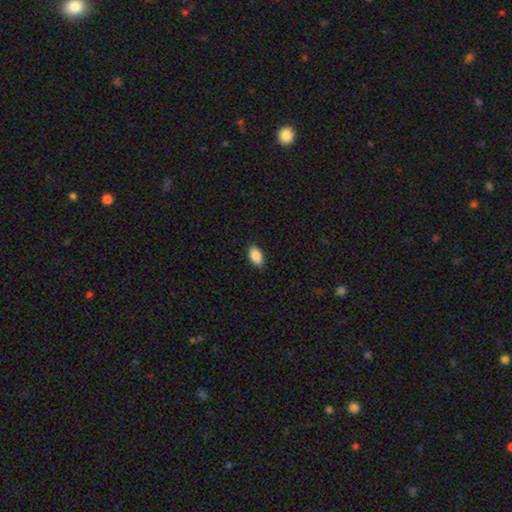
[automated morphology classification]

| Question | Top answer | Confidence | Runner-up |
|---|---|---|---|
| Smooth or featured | smooth | 89% | star or artifact (7%) |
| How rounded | in between | 93% | cigar-shaped (4%) |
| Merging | none | 88% | minor disturbance (9%) |